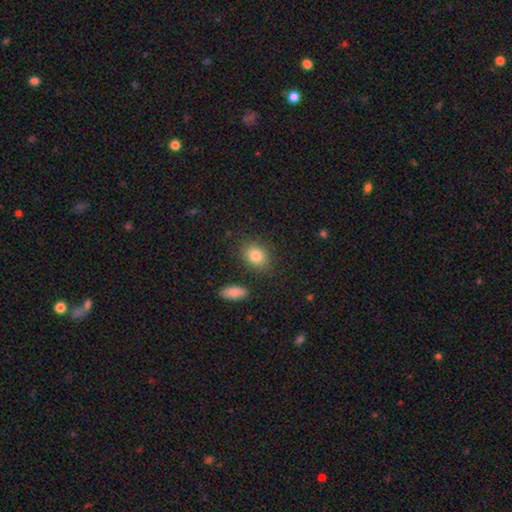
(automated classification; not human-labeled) smooth 83%, star or artifact 9%, featured or disk 8%. Down the decision tree: how rounded — in between (58%); merging — none (82%).